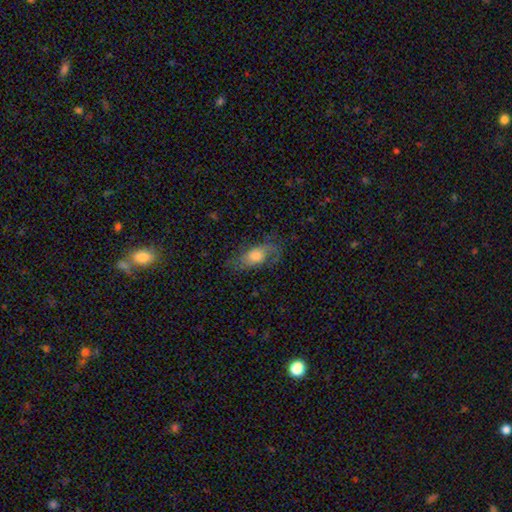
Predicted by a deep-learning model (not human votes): Morphology: type=smooth (48%); merging=none (63%).